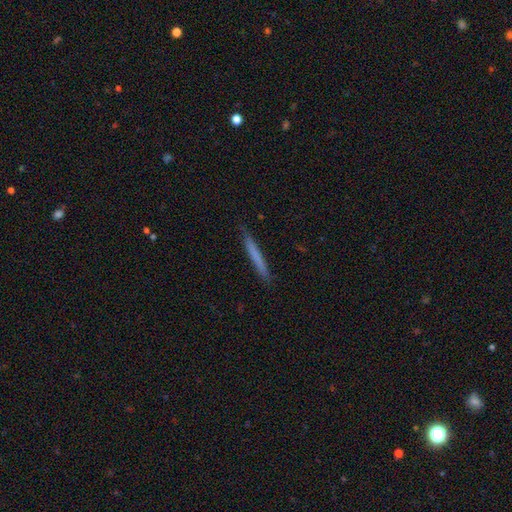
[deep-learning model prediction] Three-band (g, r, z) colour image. It shows a smooth galaxy with no disk features (67%) that is cigar-shaped (97%). Merging: none (88%).